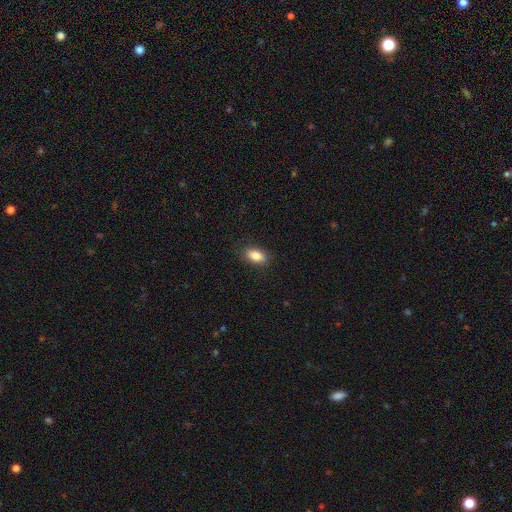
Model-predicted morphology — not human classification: Smooth or featured: smooth — 85% (star or artifact — 8%)
How rounded: in between — 88% (round — 8%)
Merging: none — 86% (minor disturbance — 10%)